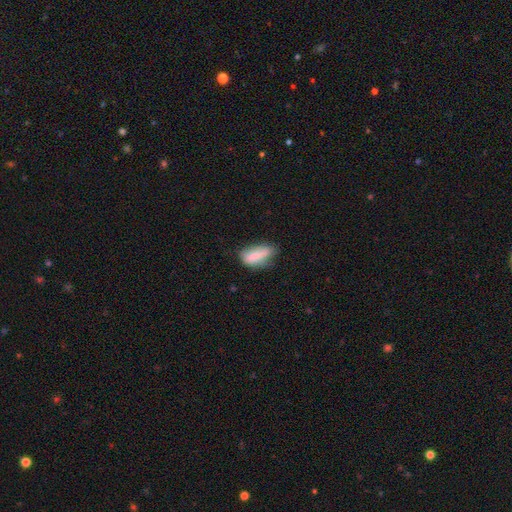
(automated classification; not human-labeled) Smooth or featured: smooth — 72% (featured or disk — 20%)
How rounded: in between — 81% (cigar-shaped — 16%)
Merging: none — 51% (minor disturbance — 36%)